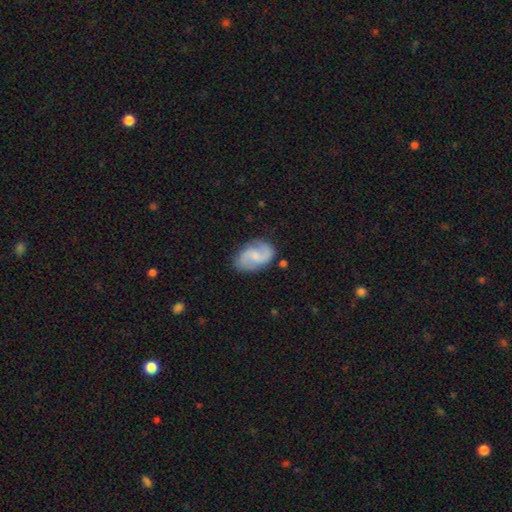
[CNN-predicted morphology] type=featured or disk (74%); edge-on=no (98%); bar=weak (47%); spiral arms=yes (95%); winding=medium (43%); arm count=2 (91%); bulge=small (53%); merging=none (80%).